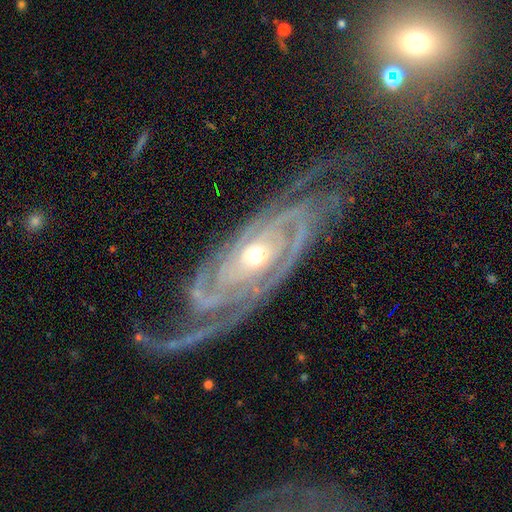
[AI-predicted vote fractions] Smooth or featured?
  - featured or disk: 91% *
  - star or artifact: 6%
  - smooth: 3%
Edge-on disk?
  - no: 93% *
  - yes: 7%
Bar?
  - no: 59% *
  - weak: 24%
  - strong: 17%
Spiral arms?
  - yes: 98% *
  - no: 2%
Spiral winding?
  - tight: 73% *
  - medium: 23%
  - loose: 4%
Spiral arm count?
  - 2: 31% *
  - 3: 27%
  - can't tell: 16%
  - 4: 12%
  - more than 4: 7%
  - 1: 7%
Bulge size?
  - moderate: 49% *
  - small: 47%
  - large: 2%
  - none: 1%
  - dominant: 1%
Merging?
  - none: 67% *
  - minor disturbance: 20%
  - major disturbance: 9%
  - merger: 4%